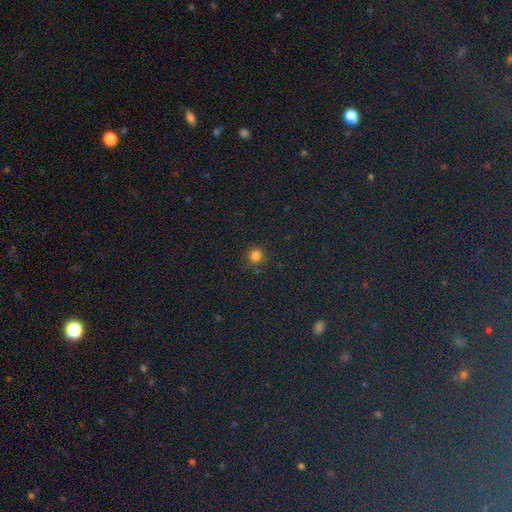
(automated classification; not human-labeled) Overall: smooth (80%). How rounded: round (91%). Merging: none (84%).